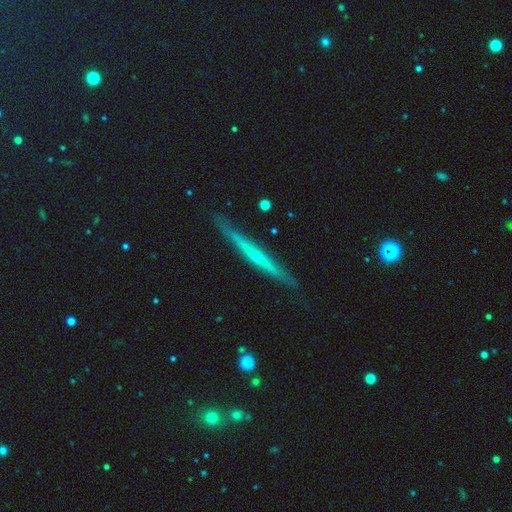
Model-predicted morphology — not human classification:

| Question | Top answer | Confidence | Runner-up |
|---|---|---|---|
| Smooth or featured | featured or disk | 72% | smooth (21%) |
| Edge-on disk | yes | 97% | no (3%) |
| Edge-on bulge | rounded | 54% | none (42%) |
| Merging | none | 87% | minor disturbance (10%) |